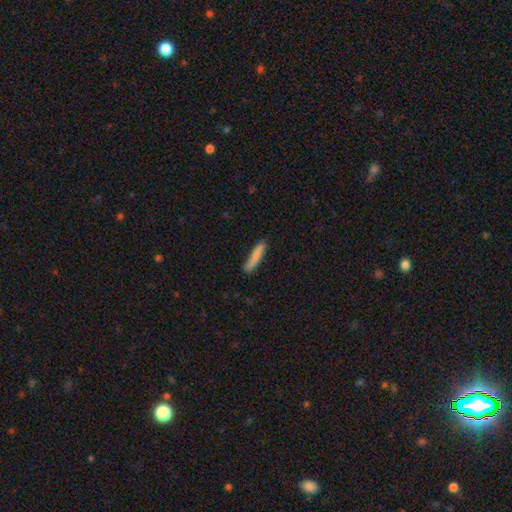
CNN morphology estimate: A smooth galaxy with no disk features (81%) that is cigar-shaped (90%). Merging: none (79%).